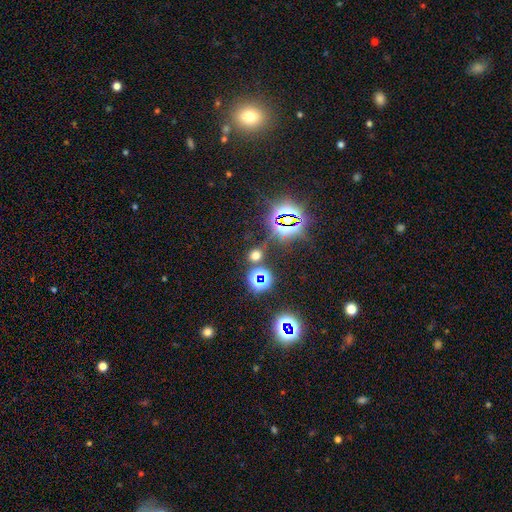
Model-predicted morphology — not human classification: Overall: star or artifact (51%; smooth 41%).